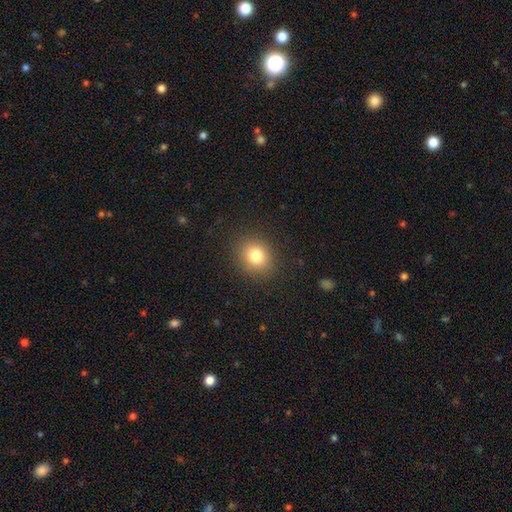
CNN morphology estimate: Smooth or featured? Predicted: smooth (p=0.80). How rounded? Predicted: round (p=0.67). Merging? Predicted: none (p=0.88).